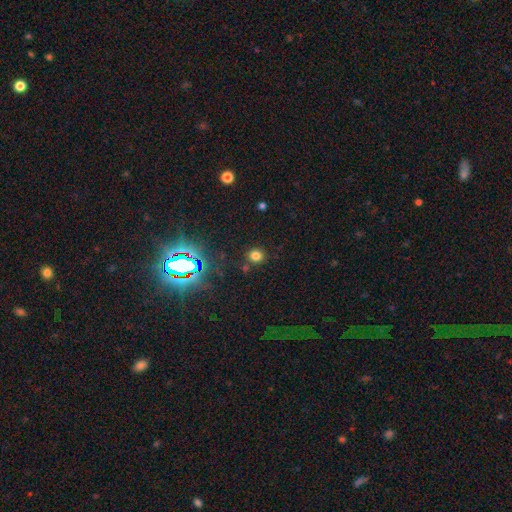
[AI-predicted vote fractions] This is likely a smooth galaxy (71%). How rounded: clearly round (82%). Merging: clearly none (82%).